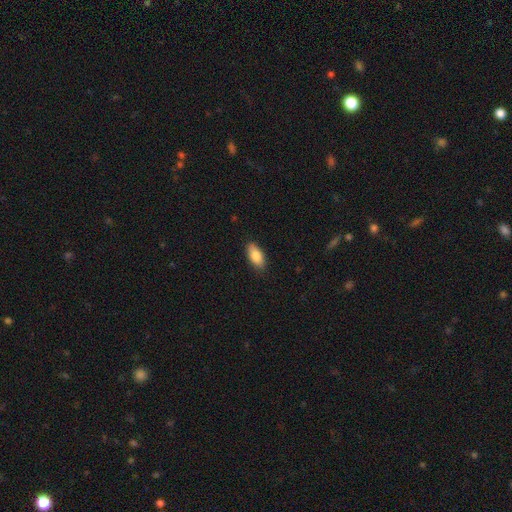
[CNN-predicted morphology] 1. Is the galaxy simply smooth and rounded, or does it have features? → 84% smooth, 9% featured or disk, 7% star or artifact.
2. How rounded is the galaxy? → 88% in between, 9% cigar-shaped, 3% round.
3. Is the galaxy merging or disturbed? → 86% none, 11% minor disturbance, 2% major disturbance, 1% merger.